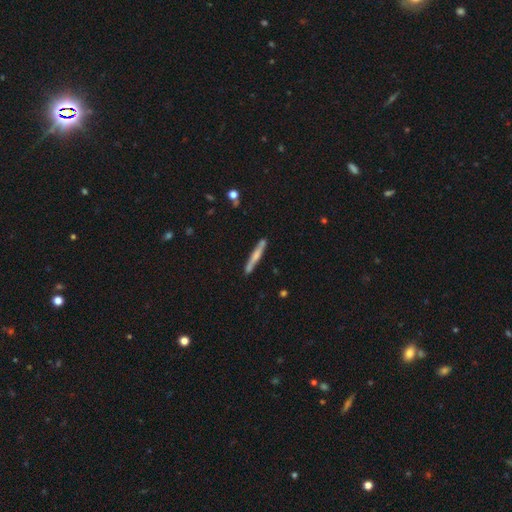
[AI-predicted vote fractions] The model was most divided on "smooth or featured": smooth: 48%, featured or disk: 45%, star or artifact: 6%. More confident: merging — none (83%).